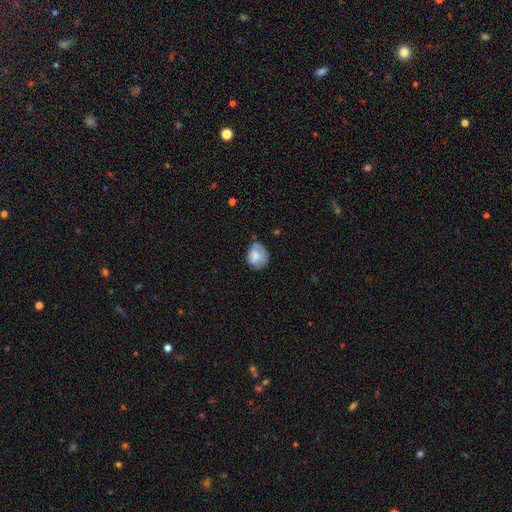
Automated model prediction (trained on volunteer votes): Smooth or featured? smooth (74%)
How rounded? round (55%)
Merging? none (53%)